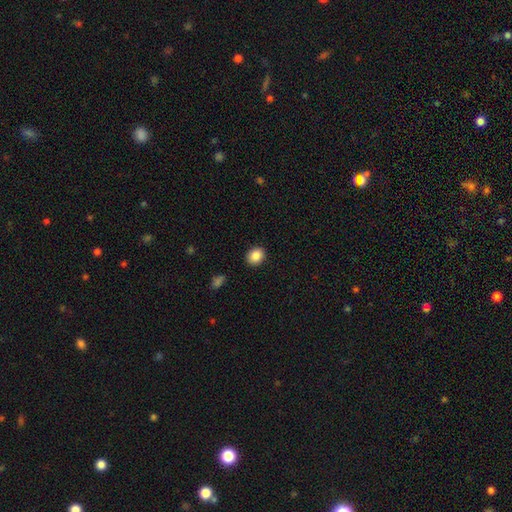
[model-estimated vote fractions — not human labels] Q: Smooth or featured?
A: smooth (87%); runner-up: star or artifact (9%)
Q: How rounded?
A: round (59%); runner-up: in between (40%)
Q: Merging?
A: none (90%); runner-up: minor disturbance (7%)